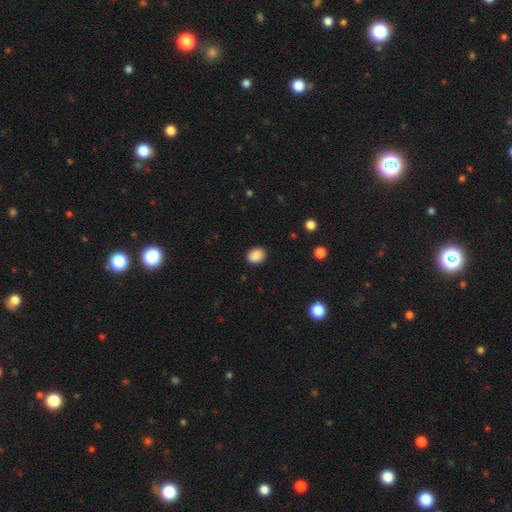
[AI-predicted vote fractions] A smooth galaxy with no disk features (88%) that is in between round and cigar-shaped (53%). Merging: none (87%).